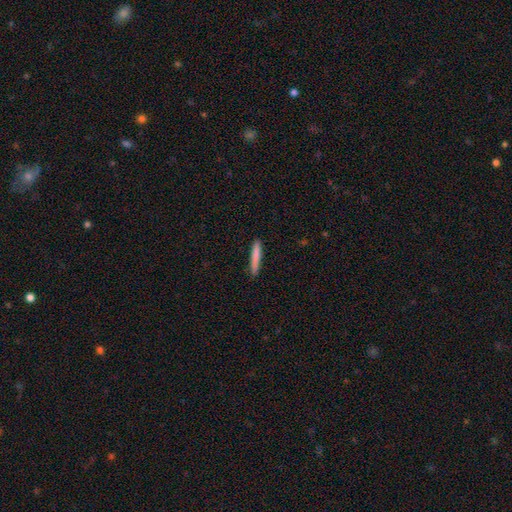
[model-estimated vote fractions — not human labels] Morphology: type=smooth (81%); roundness=cigar-shaped (94%); merging=none (88%).